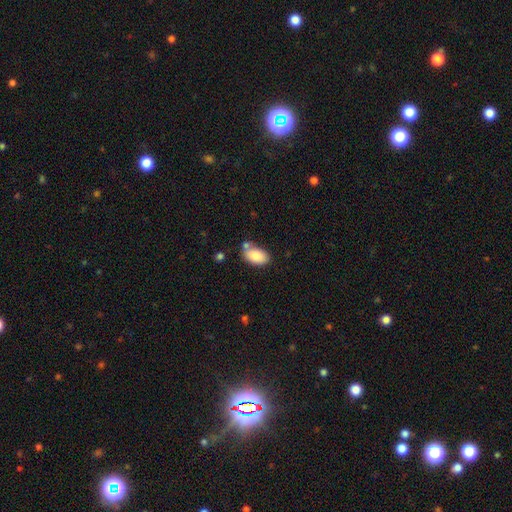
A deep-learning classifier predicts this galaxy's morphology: Smooth or featured: smooth — 85% (featured or disk — 8%)
How rounded: in between — 93% (round — 5%)
Merging: none — 62% (minor disturbance — 19%)